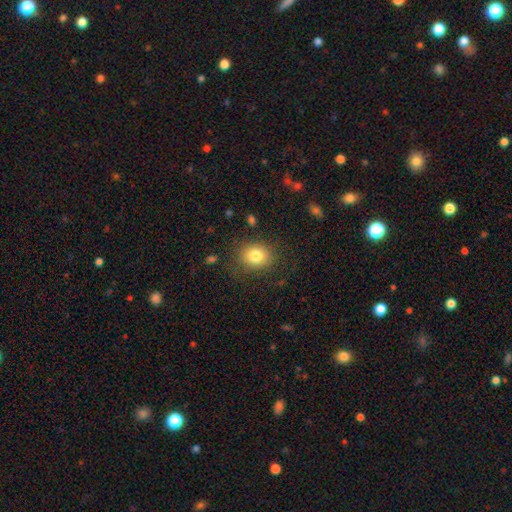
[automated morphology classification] type=smooth (81%); roundness=round (60%); merging=none (82%).